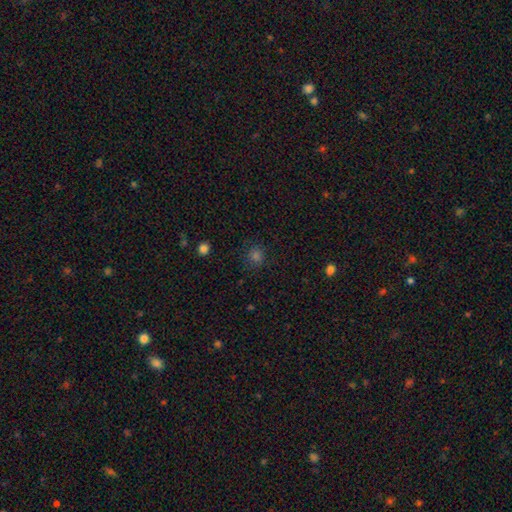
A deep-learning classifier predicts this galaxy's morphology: A smooth galaxy with no disk features (72%) that is round (85%). Merging: none (85%).